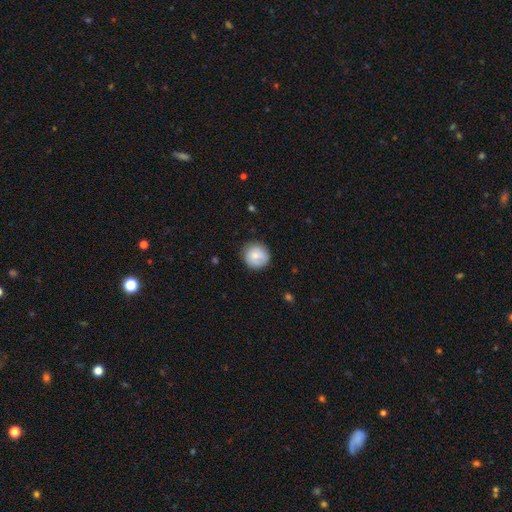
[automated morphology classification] Smooth or featured? smooth (78%)
How rounded? round (93%)
Merging? none (82%)